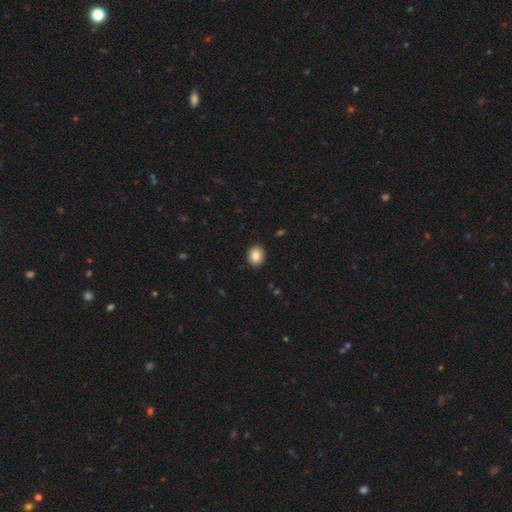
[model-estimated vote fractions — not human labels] This is clearly a smooth galaxy (88%). How rounded: likely round (63%). Merging: clearly none (91%).